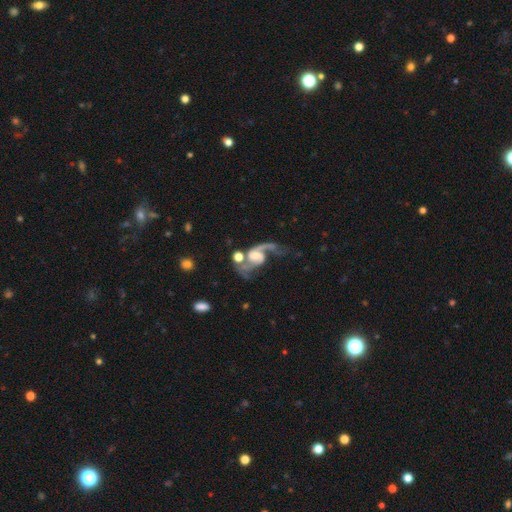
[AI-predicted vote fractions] smooth_or_featured: featured or disk (p=0.85) [alt: smooth p=0.09]
disk_edge_on: no (p=0.97) [alt: yes p=0.03]
bar: no (p=0.48) [alt: weak p=0.38]
has_spiral_arms: yes (p=0.94) [alt: no p=0.06]
spiral_winding: loose (p=0.61) [alt: medium p=0.31]
spiral_arm_count: 2 (p=0.79) [alt: 1 p=0.14]
bulge_size: small (p=0.34) [alt: moderate p=0.29]
merging: none (p=0.33) [alt: major disturbance p=0.30]